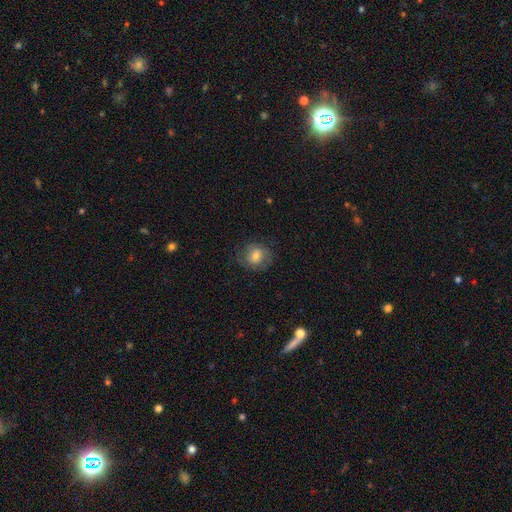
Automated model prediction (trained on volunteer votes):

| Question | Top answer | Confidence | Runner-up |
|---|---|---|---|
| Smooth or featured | smooth | 67% | featured or disk (24%) |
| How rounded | round | 75% | in between (24%) |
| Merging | none | 73% | minor disturbance (18%) |